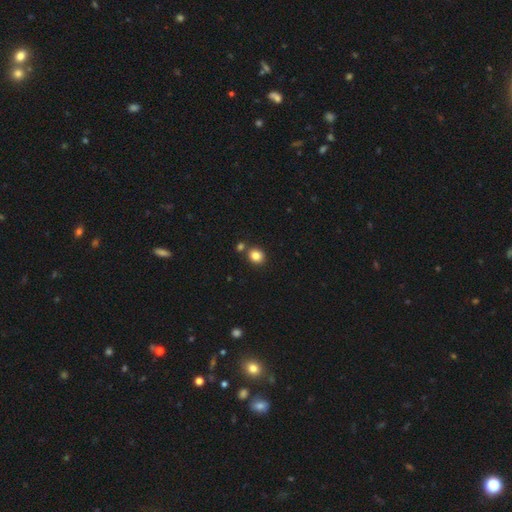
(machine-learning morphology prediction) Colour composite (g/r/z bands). It shows a smooth galaxy with no disk features (84%) that is round (70%). Merging: none (73%).